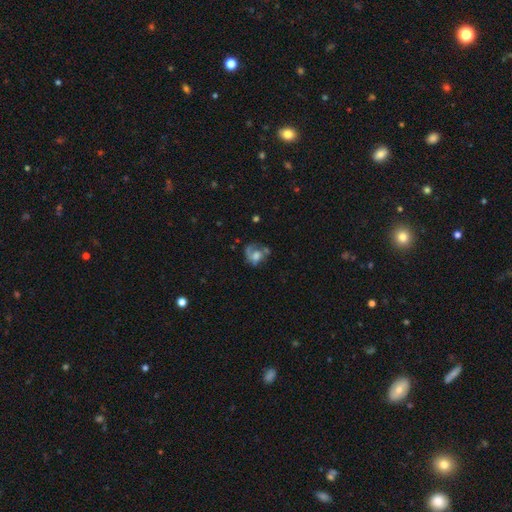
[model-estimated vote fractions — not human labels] This appears to be a featured or disk galaxy (51%). Merging: none (34%).